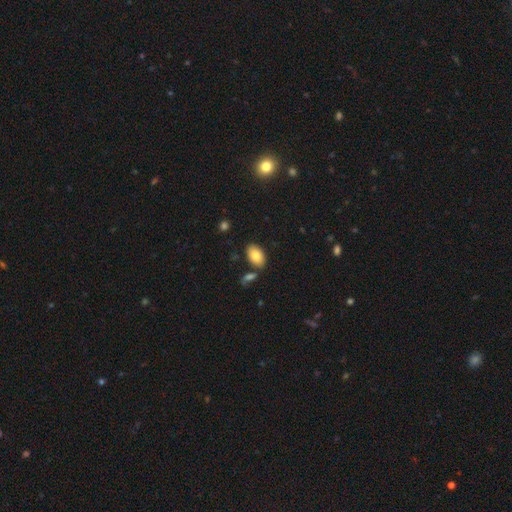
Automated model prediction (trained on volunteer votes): The model was most divided on "smooth or featured": smooth: 80%, featured or disk: 12%, star or artifact: 7%. More confident: how rounded — in between (92%); merging — none (80%).